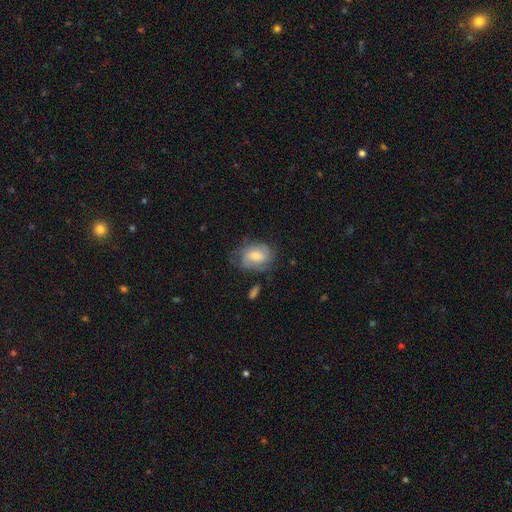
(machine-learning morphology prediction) Smooth or featured? smooth (54%)
How rounded? in between (72%)
Merging? none (58%)